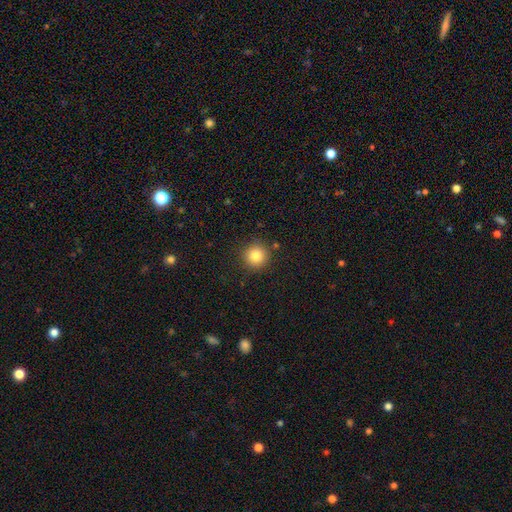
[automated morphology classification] Smooth or featured: smooth — 82% (star or artifact — 11%)
How rounded: round — 95% (in between — 4%)
Merging: none — 89% (minor disturbance — 7%)